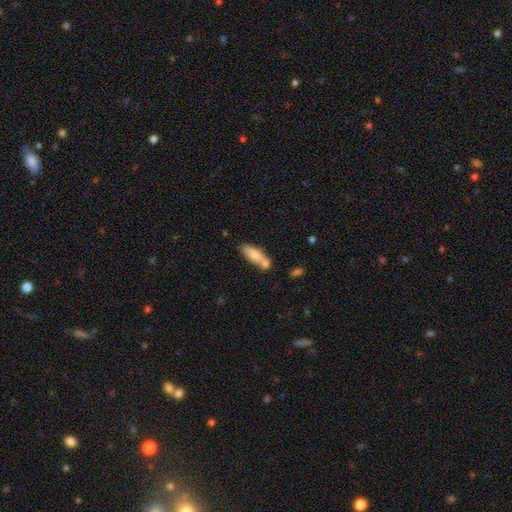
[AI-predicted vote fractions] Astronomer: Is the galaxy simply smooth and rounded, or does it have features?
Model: smooth — 76%.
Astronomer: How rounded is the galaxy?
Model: in between — 60% (runner-up: cigar-shaped, 38%).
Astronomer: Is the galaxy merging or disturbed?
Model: none — 48% (runner-up: merger, 31%).